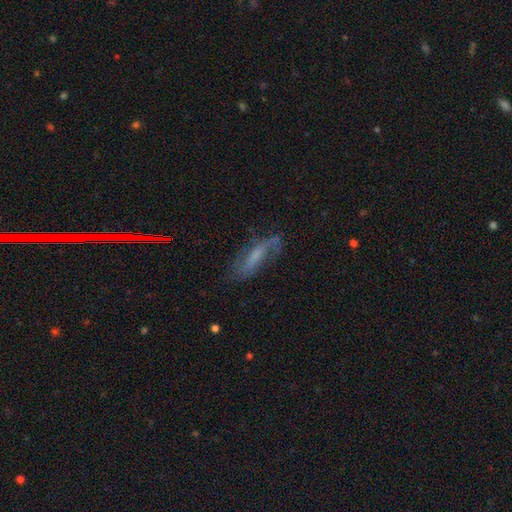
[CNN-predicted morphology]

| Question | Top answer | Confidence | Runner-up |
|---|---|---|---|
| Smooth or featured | featured or disk | 60% | smooth (29%) |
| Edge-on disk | no | 75% | yes (25%) |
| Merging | none | 61% | minor disturbance (23%) |